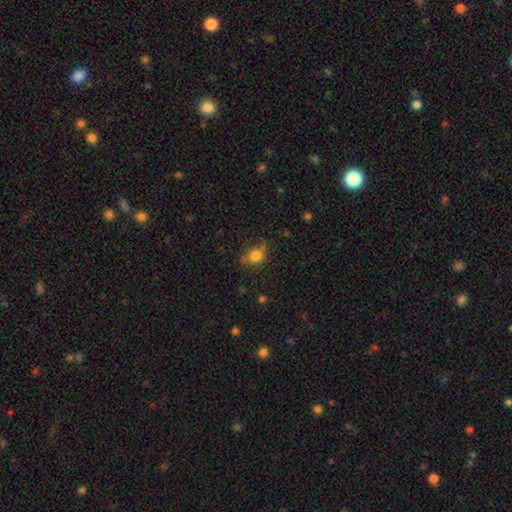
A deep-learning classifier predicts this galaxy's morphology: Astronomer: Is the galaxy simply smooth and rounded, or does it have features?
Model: smooth — 79%.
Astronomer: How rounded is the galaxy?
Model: round — 67%.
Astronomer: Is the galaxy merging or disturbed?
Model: none — 63%.